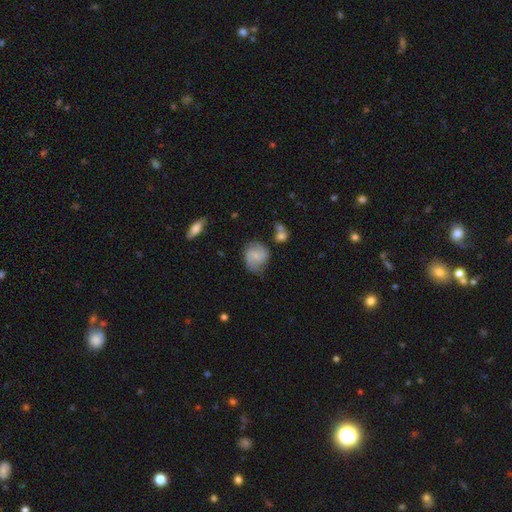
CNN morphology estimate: Smooth or featured? featured or disk (59%)
Edge-on disk? no (97%)
Bar? no (51%)
Spiral arms? yes (91%)
Spiral winding? medium (47%)
Spiral arm count? 2 (78%)
Bulge size? small (61%)
Merging? none (64%)